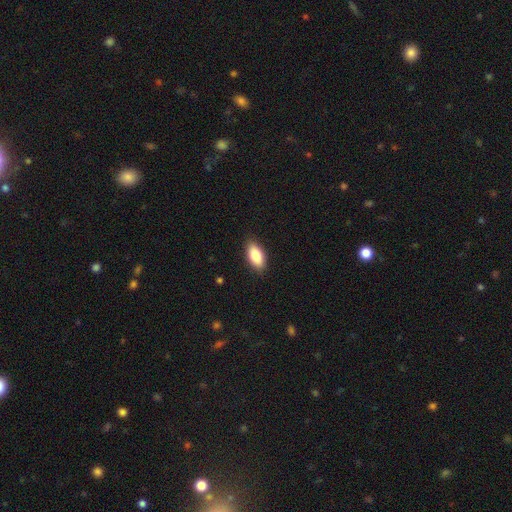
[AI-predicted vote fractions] This is clearly a smooth galaxy (85%). How rounded: clearly in between (90%). Merging: clearly none (88%).